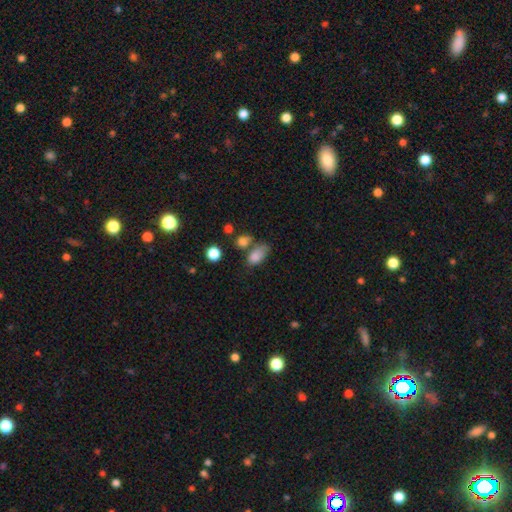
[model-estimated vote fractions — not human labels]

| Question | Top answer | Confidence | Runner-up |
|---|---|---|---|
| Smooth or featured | smooth | 82% | star or artifact (10%) |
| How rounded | in between | 87% | round (9%) |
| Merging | none | 43% | merger (23%) |